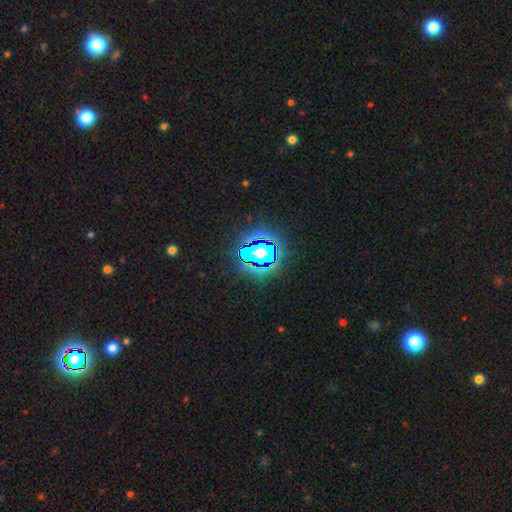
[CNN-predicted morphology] Q: Smooth or featured?
A: star or artifact (70%); runner-up: smooth (18%)